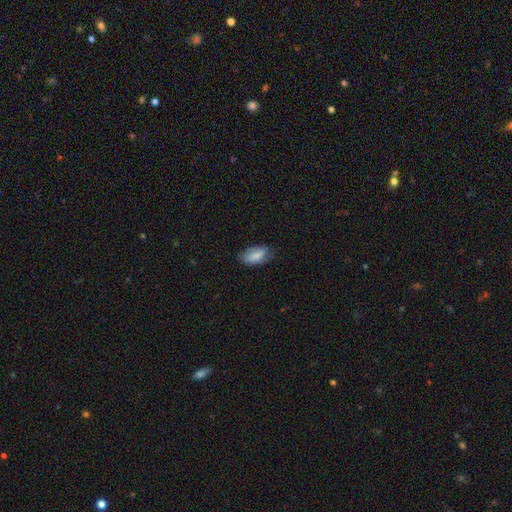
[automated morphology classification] Smooth or featured? smooth (78%)
How rounded? in between (91%)
Merging? none (68%)